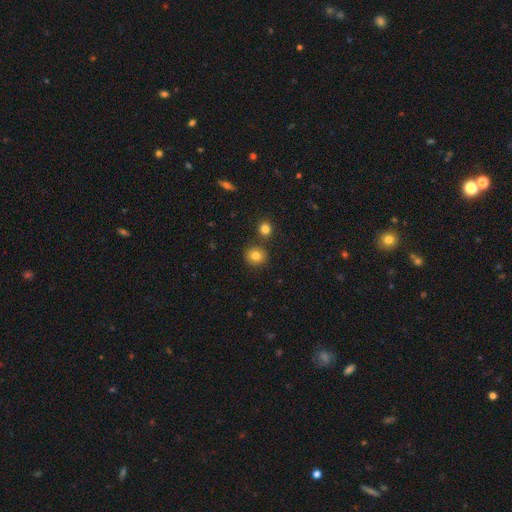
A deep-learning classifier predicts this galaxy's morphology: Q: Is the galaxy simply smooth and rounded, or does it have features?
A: smooth — 81%.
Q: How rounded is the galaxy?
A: round — 86%.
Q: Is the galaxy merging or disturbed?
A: none — 82%.